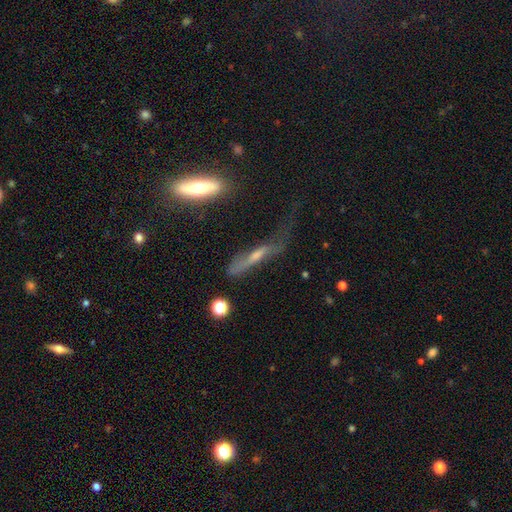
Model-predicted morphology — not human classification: Smooth or featured: featured or disk — 51% (smooth — 30%)
Edge-on disk: yes — 69% (no — 31%)
Merging: none — 47% (major disturbance — 25%)